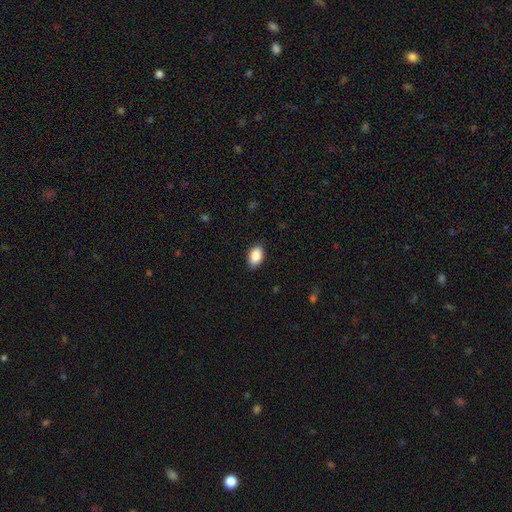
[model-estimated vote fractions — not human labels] Smooth or featured? Predicted: smooth (p=0.89). How rounded? Predicted: in between (p=0.90). Merging? Predicted: none (p=0.84).